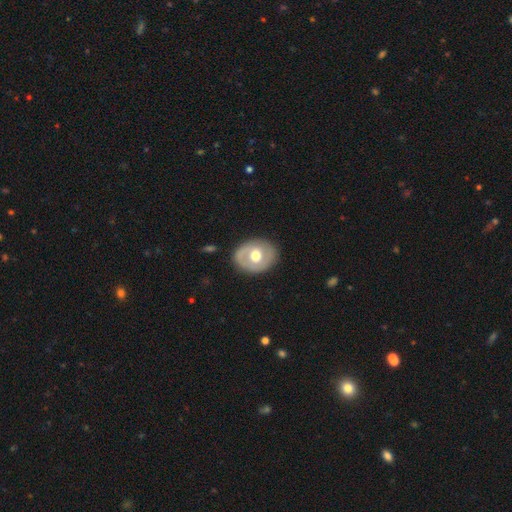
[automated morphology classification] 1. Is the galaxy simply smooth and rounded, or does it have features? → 50% featured or disk, 44% smooth, 5% star or artifact.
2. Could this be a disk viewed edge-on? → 94% no, 6% yes.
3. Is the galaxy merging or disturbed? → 82% none, 13% minor disturbance, 4% major disturbance, 1% merger.